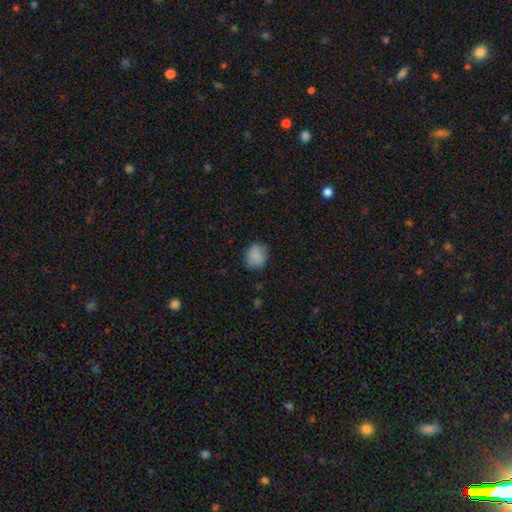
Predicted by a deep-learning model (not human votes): The model was most divided on "how rounded": round: 56%, in between: 43%, cigar-shaped: 1%. More confident: smooth or featured — smooth (86%); merging — none (78%).